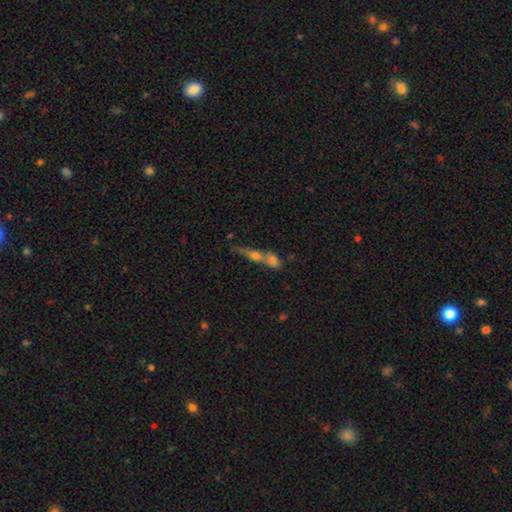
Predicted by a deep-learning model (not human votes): smooth_or_featured: smooth (p=0.50) [alt: featured or disk p=0.37]
merging: merger (p=0.64) [alt: none p=0.23]